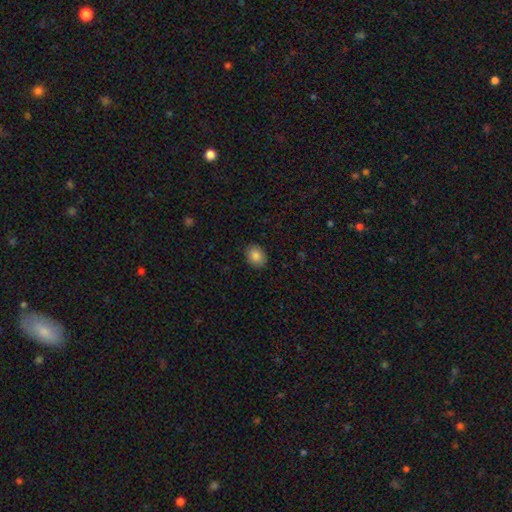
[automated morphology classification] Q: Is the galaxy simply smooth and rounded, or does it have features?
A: smooth — 86%.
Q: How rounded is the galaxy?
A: in between — 54%.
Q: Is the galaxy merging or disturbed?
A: none — 89%.